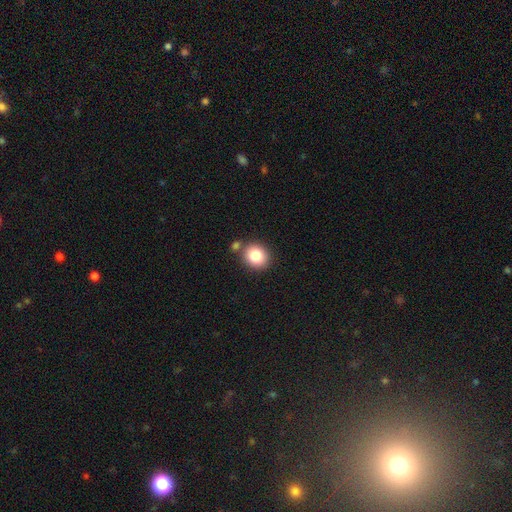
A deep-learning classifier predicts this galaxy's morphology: smooth_or_featured: smooth (p=0.83) [alt: star or artifact p=0.09]
how_rounded: round (p=0.71) [alt: in between p=0.28]
merging: none (p=0.74) [alt: merger p=0.13]